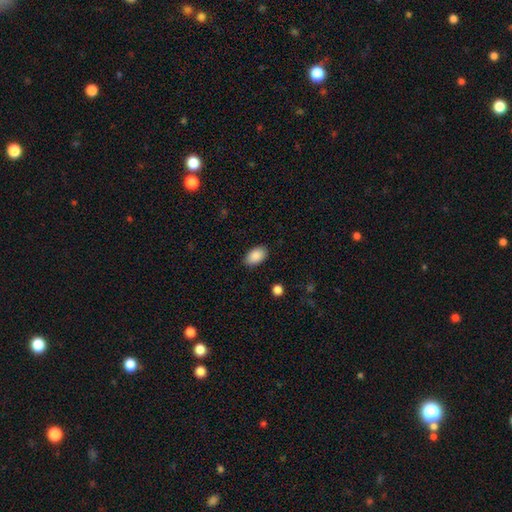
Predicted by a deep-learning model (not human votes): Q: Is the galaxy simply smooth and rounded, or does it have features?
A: smooth — 90%.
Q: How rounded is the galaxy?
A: in between — 93%.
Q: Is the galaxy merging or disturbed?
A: none — 86%.